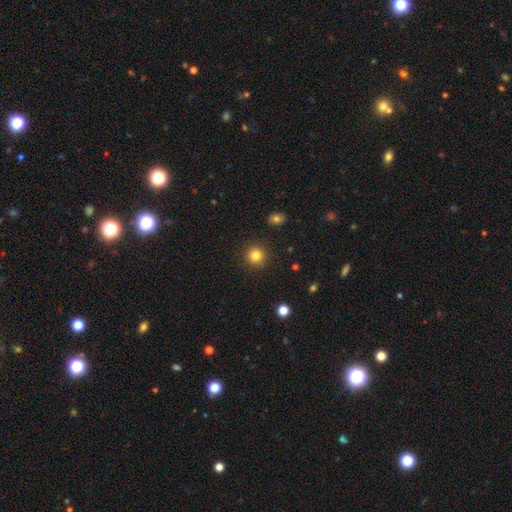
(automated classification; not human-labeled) A smooth galaxy with no disk features (82%) that is round (94%).

Vote fractions:
- Smooth or featured? smooth: 82% / star or artifact: 12% / featured or disk: 6%
- How rounded? round: 94% / in between: 5% / cigar-shaped: 1%
- Merging? none: 91% / minor disturbance: 5% / major disturbance: 2% / merger: 1%